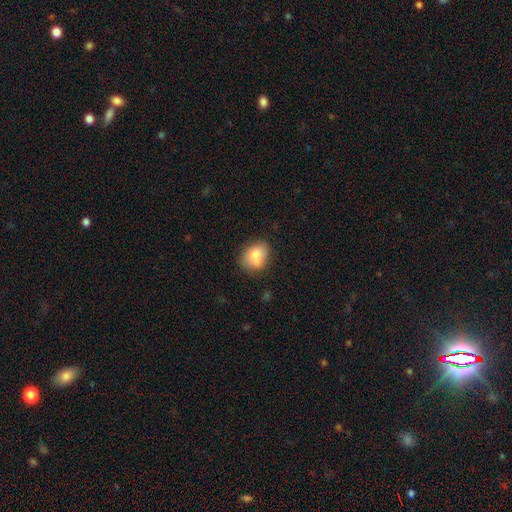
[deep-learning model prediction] Smooth or featured? smooth (80%)
How rounded? in between (63%)
Merging? none (59%)